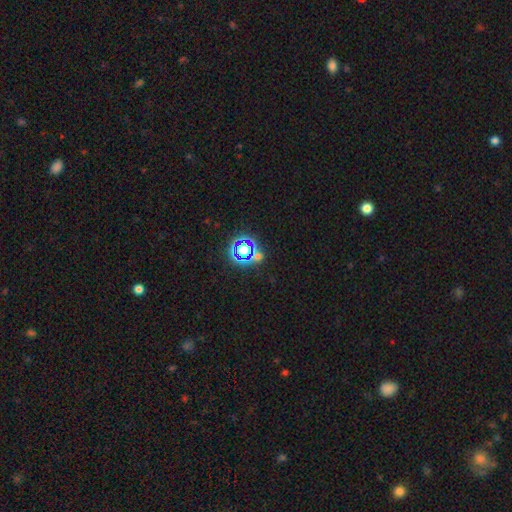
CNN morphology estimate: smooth-or-featured: star or artifact: 71% | smooth: 20% | featured or disk: 9%